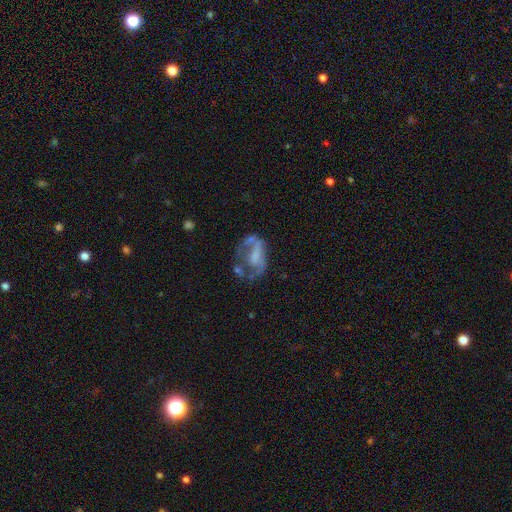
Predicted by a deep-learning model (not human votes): smooth-or-featured: featured or disk: 58% | smooth: 30% | star or artifact: 12%
  disk-edge-on: no: 96% | yes: 4%
    bar: no: 67% | weak: 23% | strong: 10%
    has-spiral-arms: no: 70% | yes: 30%
    bulge-size: none: 50% | small: 24% | moderate: 19% | large: 6% | dominant: 2%
  merging: major disturbance: 40% | none: 28% | minor disturbance: 19% | merger: 13%